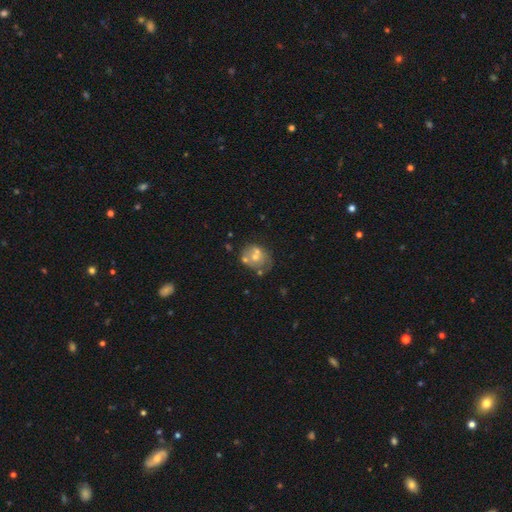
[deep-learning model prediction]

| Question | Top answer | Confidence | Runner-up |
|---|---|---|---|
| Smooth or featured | smooth | 48% | featured or disk (42%) |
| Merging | none | 41% | merger (32%) |